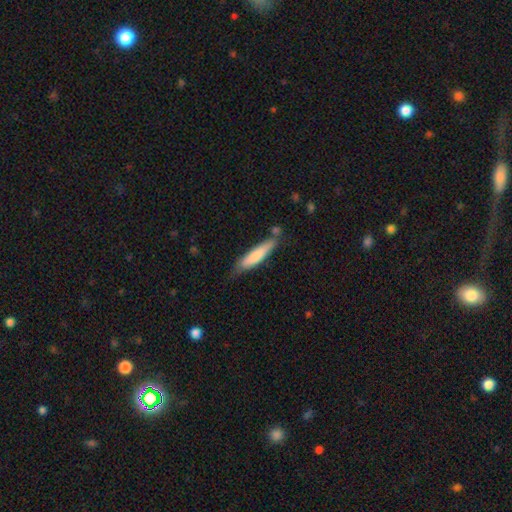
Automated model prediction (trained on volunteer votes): Overall: smooth (76%). How rounded: cigar-shaped (83%). Merging: none (67%).